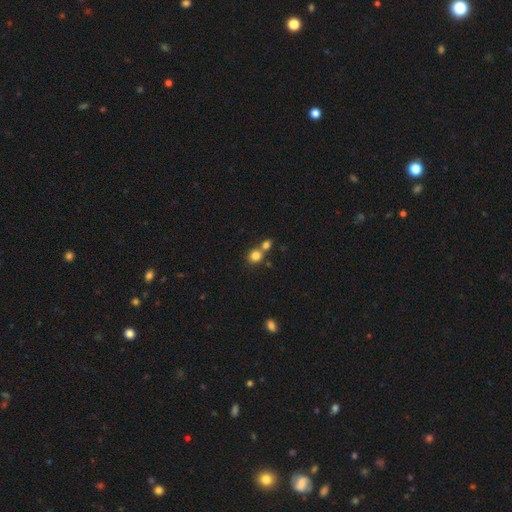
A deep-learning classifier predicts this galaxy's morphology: This appears to be a smooth galaxy with no disk features (81%) that is round (85%). Merging: none (50%).